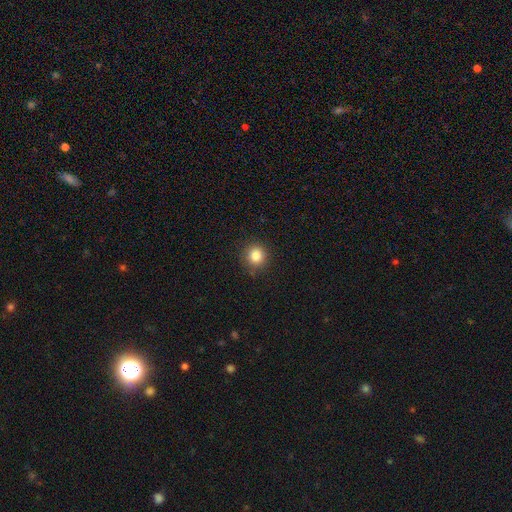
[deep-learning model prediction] smooth 84%, star or artifact 11%, featured or disk 5%. Down the decision tree: how rounded — round (92%); merging — none (89%).